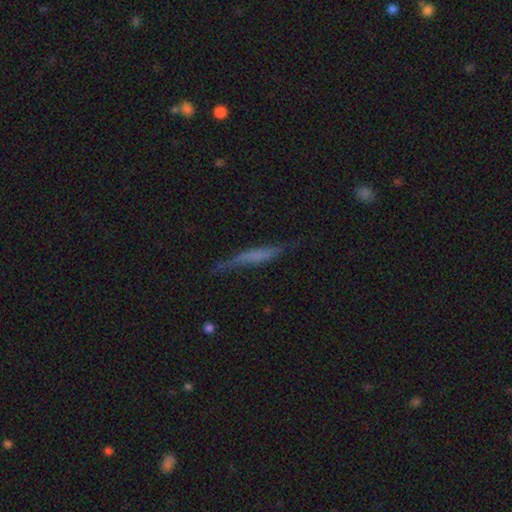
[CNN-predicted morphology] Smooth or featured?
  - featured or disk: 46% *
  - smooth: 45%
  - star or artifact: 9%
Merging?
  - none: 64% *
  - minor disturbance: 25%
  - major disturbance: 9%
  - merger: 3%